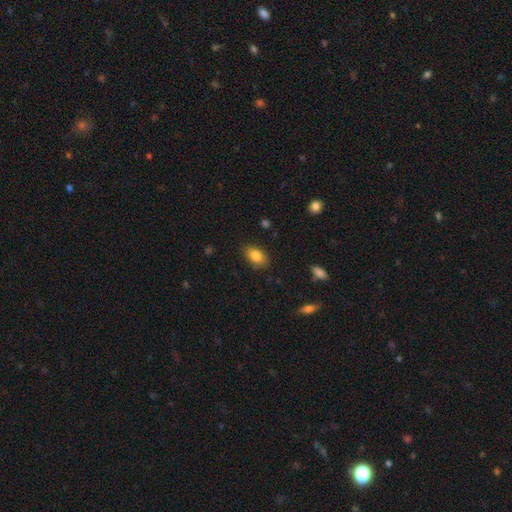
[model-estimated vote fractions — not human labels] Smooth or featured? Predicted: smooth (p=0.84). How rounded? Predicted: in between (p=0.88). Merging? Predicted: none (p=0.83).